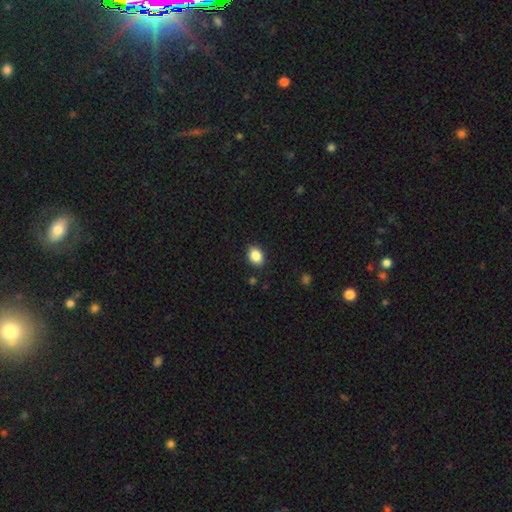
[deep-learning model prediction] smooth 87%, star or artifact 9%, featured or disk 5%. Down the decision tree: how rounded — in between (69%); merging — none (88%).